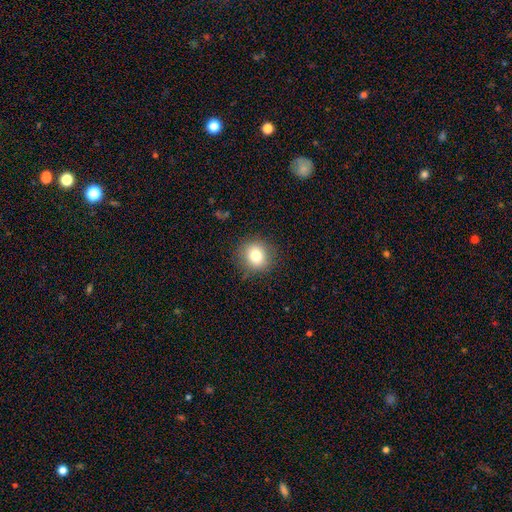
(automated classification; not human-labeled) Smooth or featured: smooth — 80% (star or artifact — 11%)
How rounded: round — 87% (in between — 12%)
Merging: none — 87% (minor disturbance — 10%)